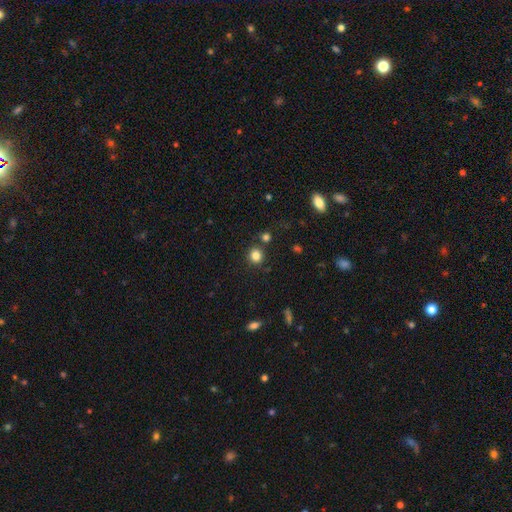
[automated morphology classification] smooth 83%, star or artifact 12%, featured or disk 5%. Down the decision tree: how rounded — round (88%); merging — none (83%).